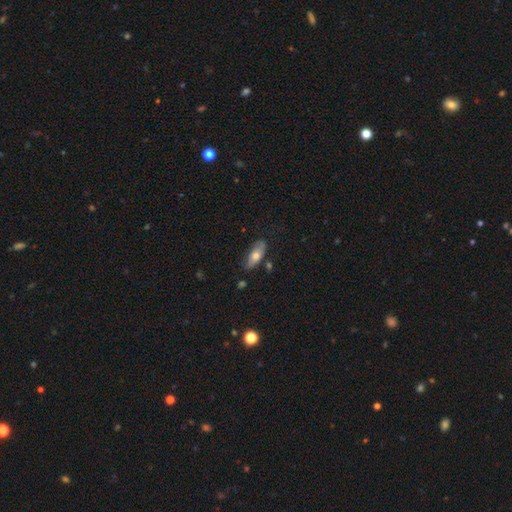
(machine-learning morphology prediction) smooth 65%, featured or disk 28%, star or artifact 6%. Down the decision tree: how rounded — in between (76%); merging — none (74%).